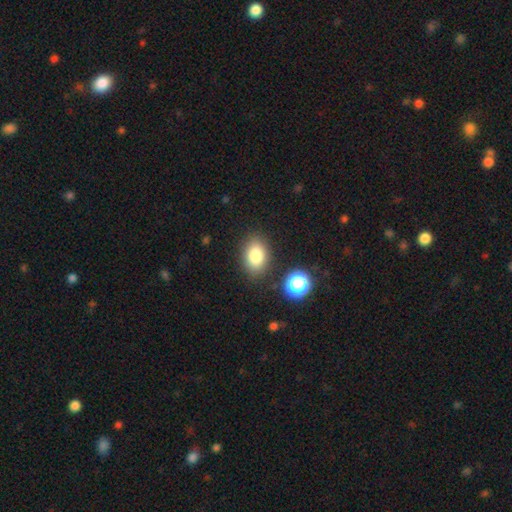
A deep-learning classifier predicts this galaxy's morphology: Q: Smooth or featured?
A: smooth (83%); runner-up: star or artifact (10%)
Q: How rounded?
A: in between (80%); runner-up: round (19%)
Q: Merging?
A: none (83%); runner-up: minor disturbance (11%)